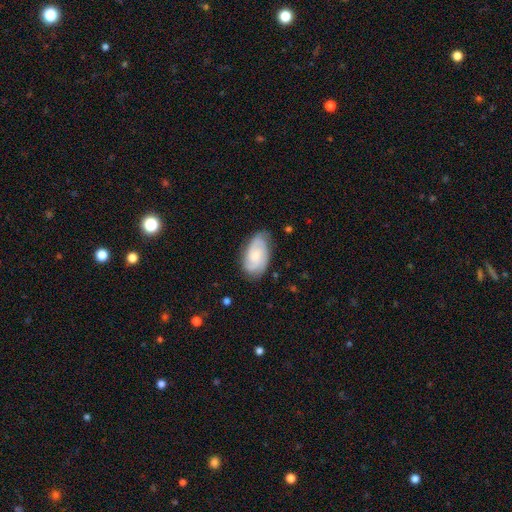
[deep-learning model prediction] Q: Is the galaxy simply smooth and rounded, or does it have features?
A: featured or disk — 69%.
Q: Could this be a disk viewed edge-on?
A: no — 96%.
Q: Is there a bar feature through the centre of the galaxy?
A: no — 67%.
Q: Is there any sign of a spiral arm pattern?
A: yes — 95%.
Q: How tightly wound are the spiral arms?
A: tight — 51%.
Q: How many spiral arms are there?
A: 2 — 39%.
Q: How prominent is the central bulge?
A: small — 54%.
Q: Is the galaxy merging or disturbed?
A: none — 73%.